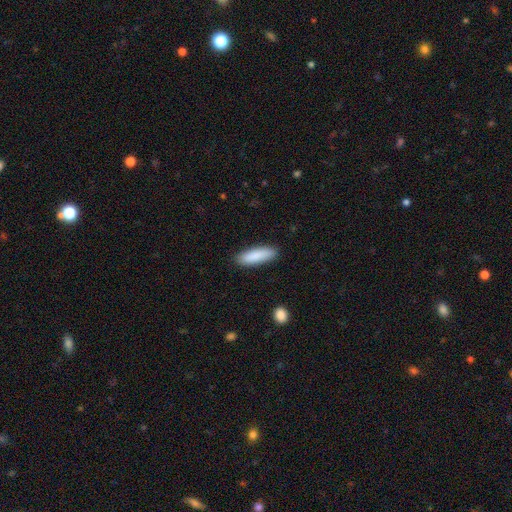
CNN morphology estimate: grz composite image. It shows a smooth galaxy with no disk features (88%) that is cigar-shaped (56%). Merging: none (88%).